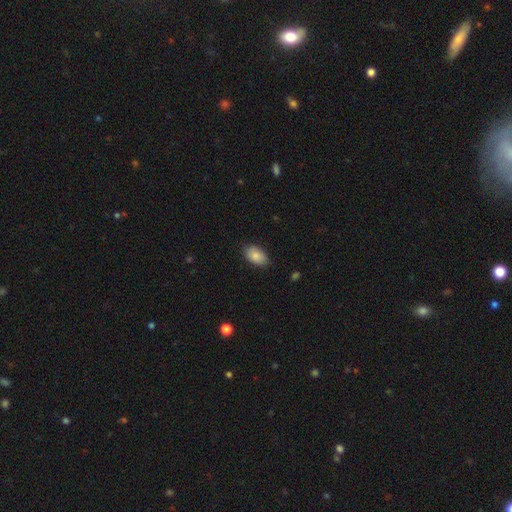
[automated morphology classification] Smooth or featured?
  - smooth: 86% *
  - featured or disk: 7%
  - star or artifact: 7%
How rounded?
  - in between: 93% *
  - round: 6%
  - cigar-shaped: 1%
Merging?
  - none: 84% *
  - minor disturbance: 13%
  - major disturbance: 2%
  - merger: 1%